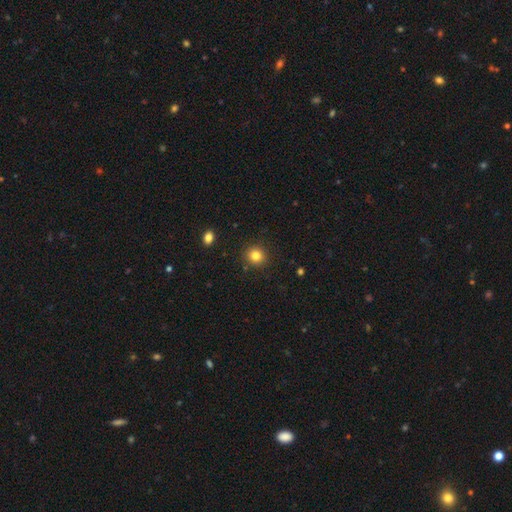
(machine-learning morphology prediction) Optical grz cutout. It shows a smooth galaxy with no disk features (82%) that is round (86%). Merging: none (90%).